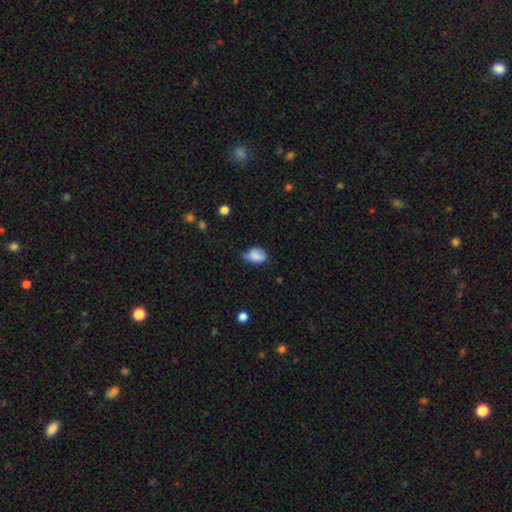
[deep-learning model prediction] smooth_or_featured: smooth (p=0.79) [alt: featured or disk p=0.12]
how_rounded: in between (p=0.80) [alt: round p=0.18]
merging: minor disturbance (p=0.45) [alt: none p=0.40]